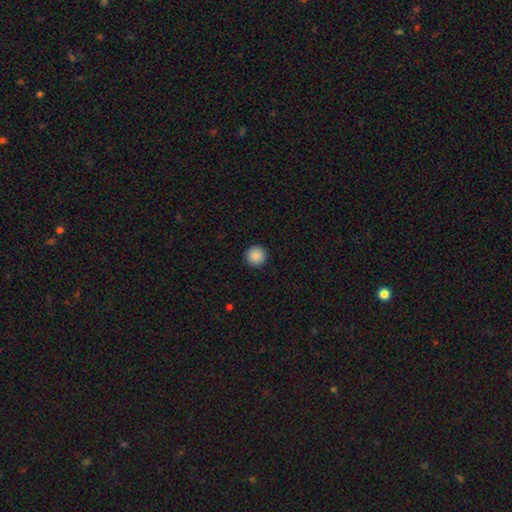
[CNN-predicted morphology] This appears to be a smooth galaxy with no disk features (89%) that is round (95%). Merging: none (93%).